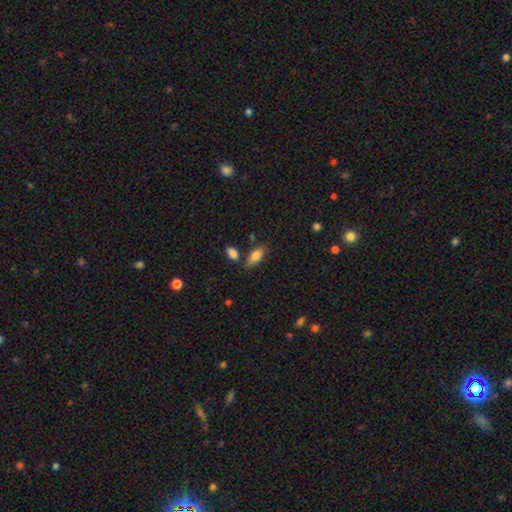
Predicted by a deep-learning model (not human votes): smooth_or_featured: smooth (p=0.83) [alt: featured or disk p=0.10]
how_rounded: in between (p=0.84) [alt: cigar-shaped p=0.13]
merging: none (p=0.70) [alt: minor disturbance p=0.16]